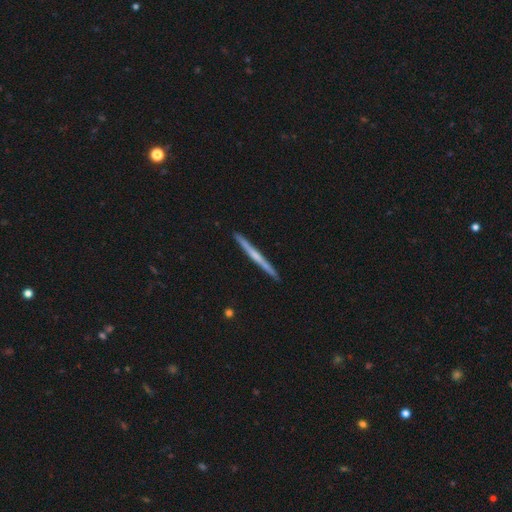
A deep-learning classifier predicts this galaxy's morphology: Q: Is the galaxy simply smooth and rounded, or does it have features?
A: featured or disk — 62%.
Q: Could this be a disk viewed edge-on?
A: yes — 98%.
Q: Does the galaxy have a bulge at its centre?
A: none — 59%.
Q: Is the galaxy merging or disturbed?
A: none — 92%.